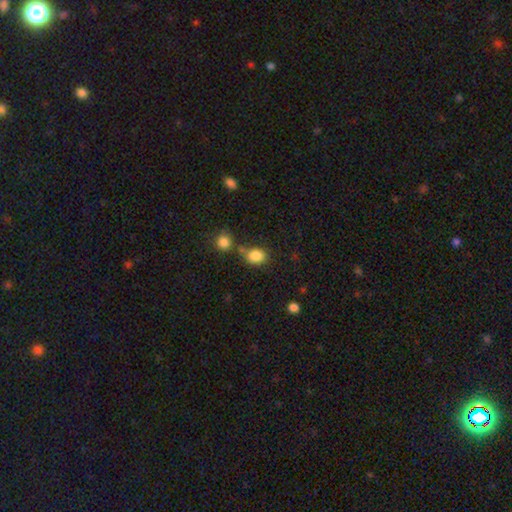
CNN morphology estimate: This is clearly a smooth galaxy (85%). How rounded: possibly in between (60%). Merging: likely none (63%).